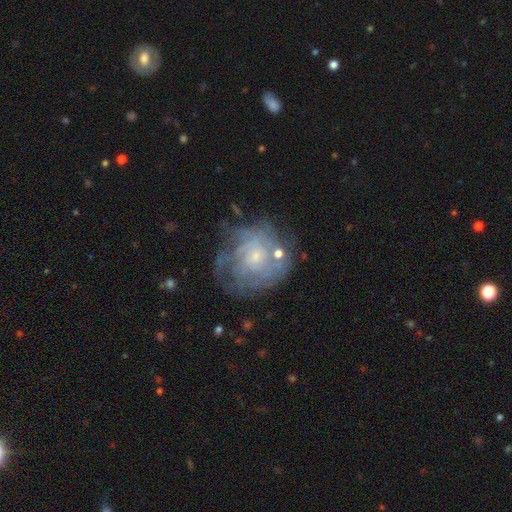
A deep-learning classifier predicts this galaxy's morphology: Smooth or featured? featured or disk (74%)
Edge-on disk? no (98%)
Bar? no (75%)
Spiral arms? yes (84%)
Spiral winding? tight (66%)
Spiral arm count? can't tell (54%)
Bulge size? small (72%)
Merging? none (62%)